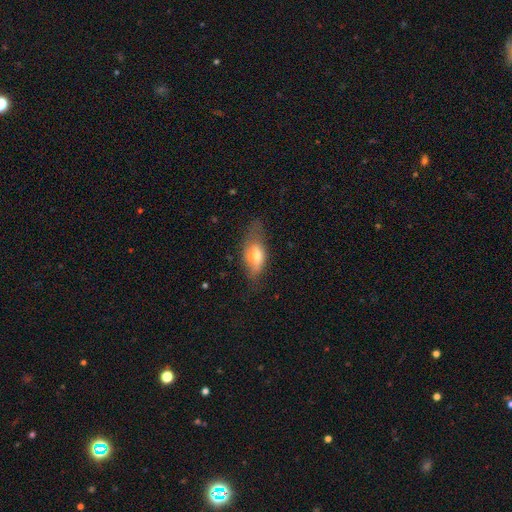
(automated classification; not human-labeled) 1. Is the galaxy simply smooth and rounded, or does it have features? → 64% smooth, 29% featured or disk, 7% star or artifact.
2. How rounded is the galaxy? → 84% in between, 11% cigar-shaped, 5% round.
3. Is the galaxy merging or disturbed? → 47% none, 33% minor disturbance, 18% major disturbance, 2% merger.